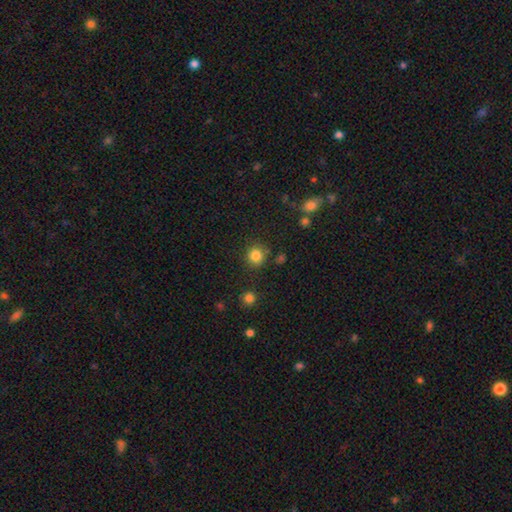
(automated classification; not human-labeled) smooth_or_featured: smooth (p=0.83) [alt: star or artifact p=0.12]
how_rounded: round (p=0.91) [alt: in between p=0.09]
merging: none (p=0.84) [alt: minor disturbance p=0.09]